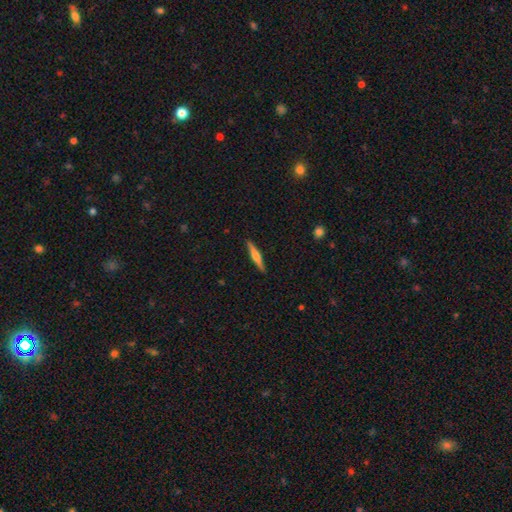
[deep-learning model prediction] A featured or disk galaxy (55%) viewed edge-on (97%) with a rounded central bulge (82%). Merging: none (91%).